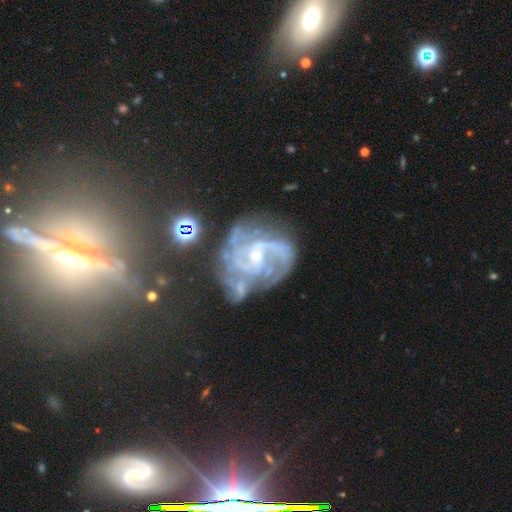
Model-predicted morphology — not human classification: smooth_or_featured: featured or disk (p=0.87) [alt: star or artifact p=0.09]
disk_edge_on: no (p=0.98) [alt: yes p=0.02]
bar: no (p=0.54) [alt: weak p=0.36]
has_spiral_arms: yes (p=0.97) [alt: no p=0.03]
spiral_winding: medium (p=0.45) [alt: tight p=0.43]
spiral_arm_count: 2 (p=0.40) [alt: 3 p=0.21]
bulge_size: small (p=0.70) [alt: moderate p=0.26]
merging: none (p=0.47) [alt: minor disturbance p=0.23]